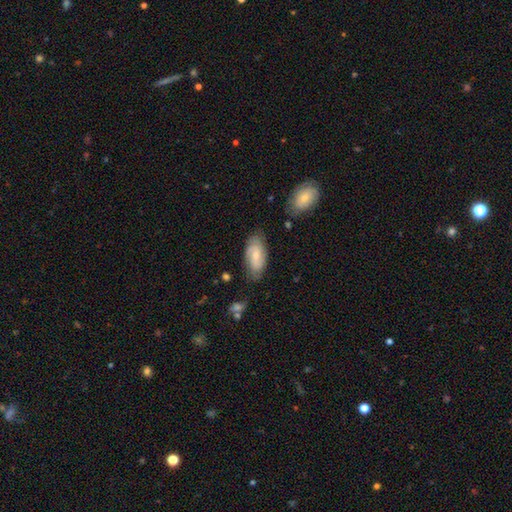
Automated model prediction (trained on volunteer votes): A featured or disk galaxy (47%). Merging: none (73%).